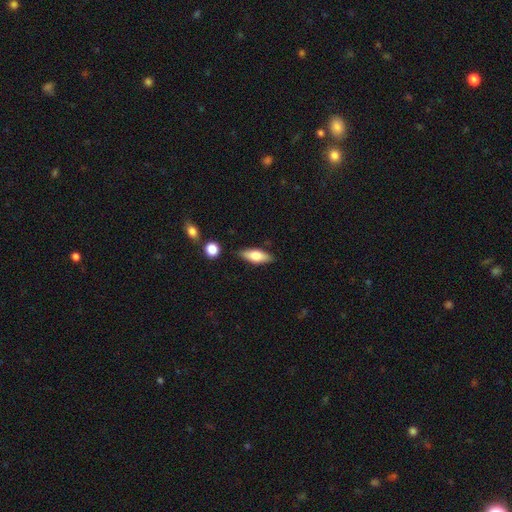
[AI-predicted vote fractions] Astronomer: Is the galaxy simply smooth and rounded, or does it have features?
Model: smooth — 68%.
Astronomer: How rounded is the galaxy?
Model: in between — 69%.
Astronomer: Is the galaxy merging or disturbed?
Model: none — 84%.